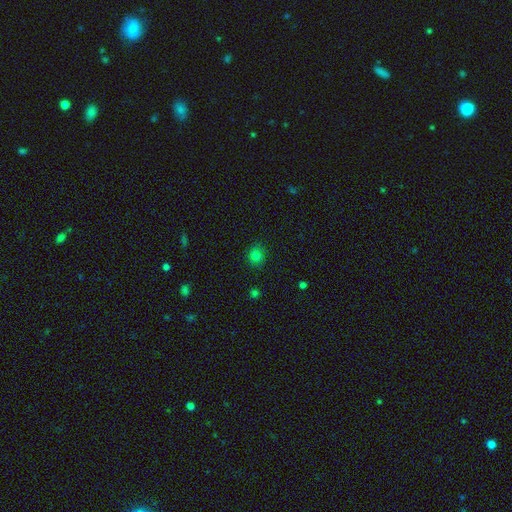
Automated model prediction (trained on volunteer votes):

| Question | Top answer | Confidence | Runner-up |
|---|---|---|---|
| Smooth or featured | smooth | 78% | star or artifact (16%) |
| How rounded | round | 73% | in between (26%) |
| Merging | none | 85% | minor disturbance (11%) |